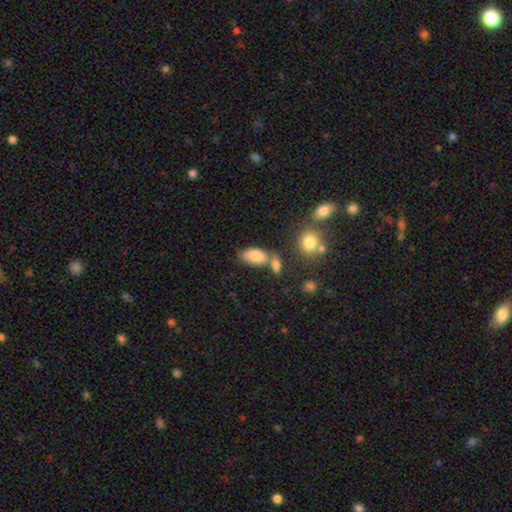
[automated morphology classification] Overall: smooth (82%). How rounded: in between (92%). Merging: none (51%; merger 25%).